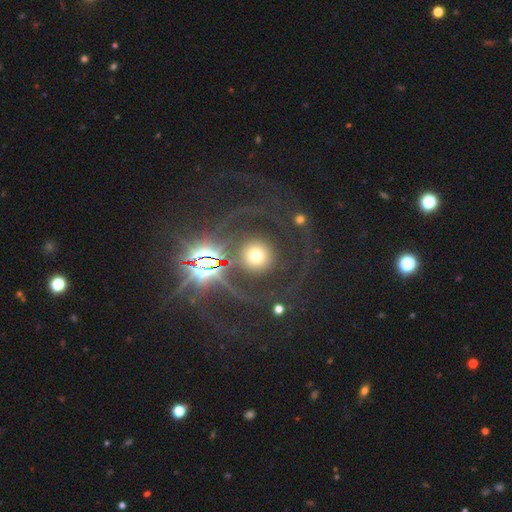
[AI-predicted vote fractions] Overall: smooth (43%; featured or disk 34%). Merging: none (60%; major disturbance 23%).